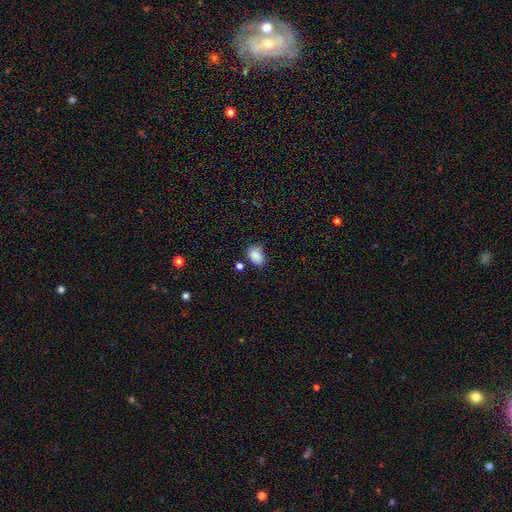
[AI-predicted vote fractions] The model was most divided on "merging": none: 60%, minor disturbance: 27%, major disturbance: 7%, merger: 7%. More confident: smooth or featured — smooth (86%); how rounded — in between (75%).